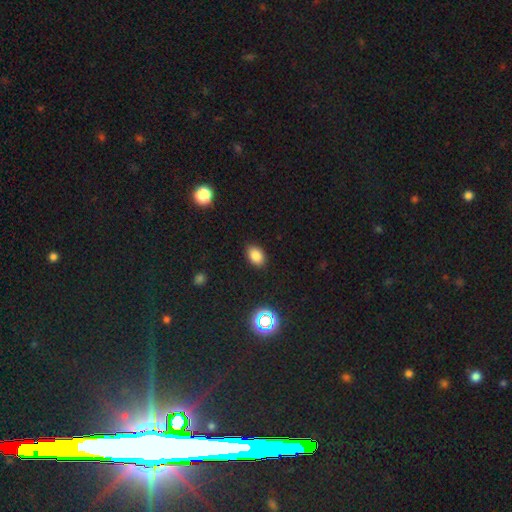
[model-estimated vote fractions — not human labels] Smooth or featured? Predicted: smooth (p=0.81). How rounded? Predicted: in between (p=0.82). Merging? Predicted: none (p=0.87).